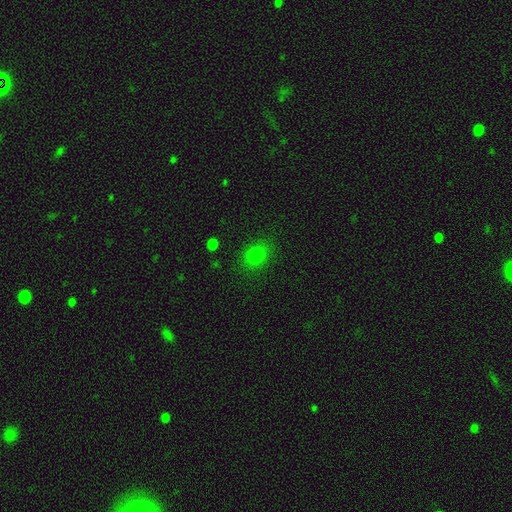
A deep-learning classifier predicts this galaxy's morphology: type=smooth (79%); roundness=round (60%); merging=none (80%).